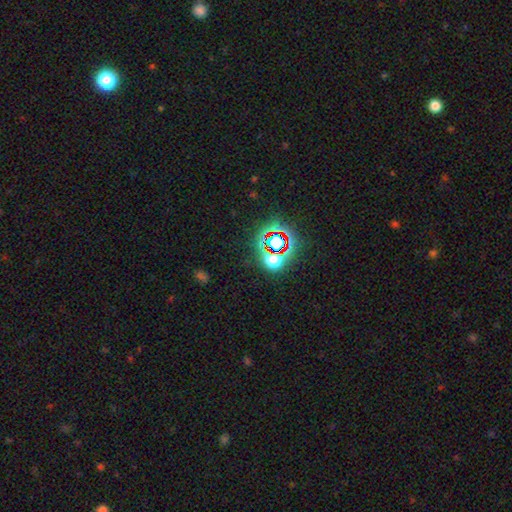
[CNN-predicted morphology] This appears to be a star or artifact, not a galaxy (77%).